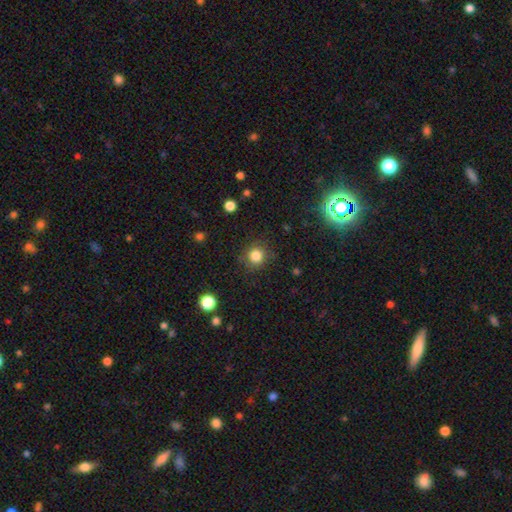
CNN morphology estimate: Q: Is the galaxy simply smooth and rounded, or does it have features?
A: smooth — 82%.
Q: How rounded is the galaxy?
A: round — 91%.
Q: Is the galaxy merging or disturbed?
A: none — 86%.